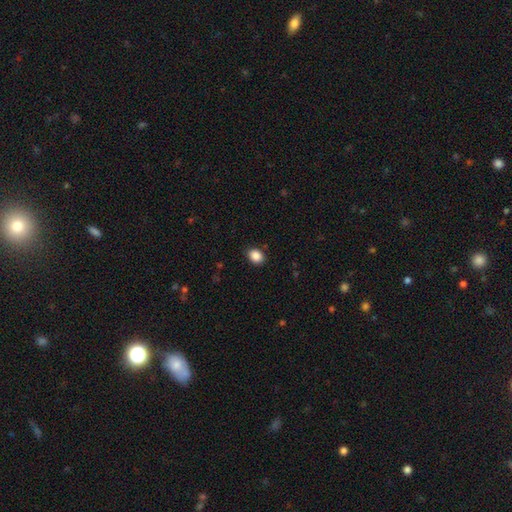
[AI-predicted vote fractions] A smooth galaxy with no disk features (87%) that is in between round and cigar-shaped (51%). Merging: none (88%).